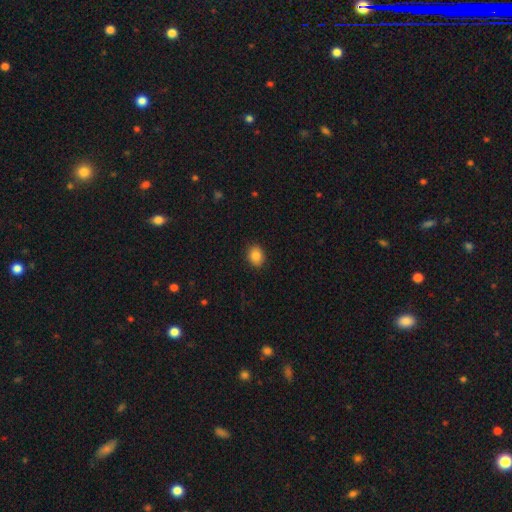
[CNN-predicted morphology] Smooth or featured? smooth (85%)
How rounded? in between (53%)
Merging? none (89%)